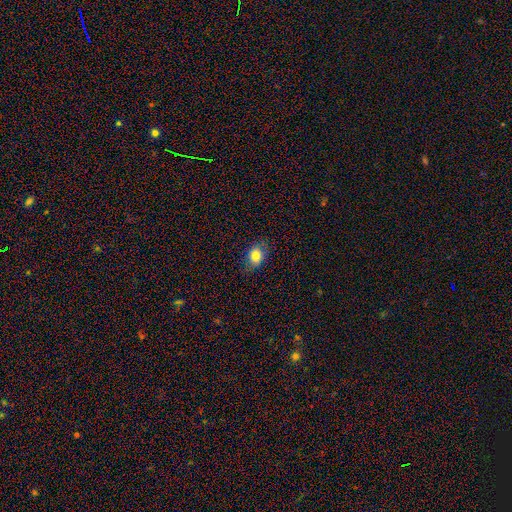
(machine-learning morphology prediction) Q: Smooth or featured?
A: smooth (82%); runner-up: star or artifact (9%)
Q: How rounded?
A: in between (66%); runner-up: round (32%)
Q: Merging?
A: none (81%); runner-up: minor disturbance (15%)